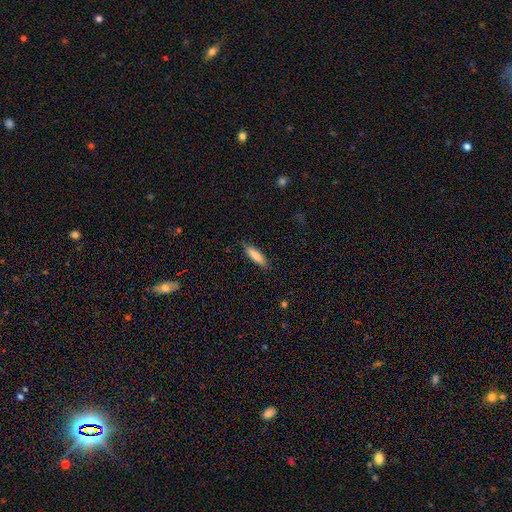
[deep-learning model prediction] Smooth or featured: smooth — 79% (featured or disk — 15%)
How rounded: cigar-shaped — 64% (in between — 34%)
Merging: none — 85% (minor disturbance — 12%)